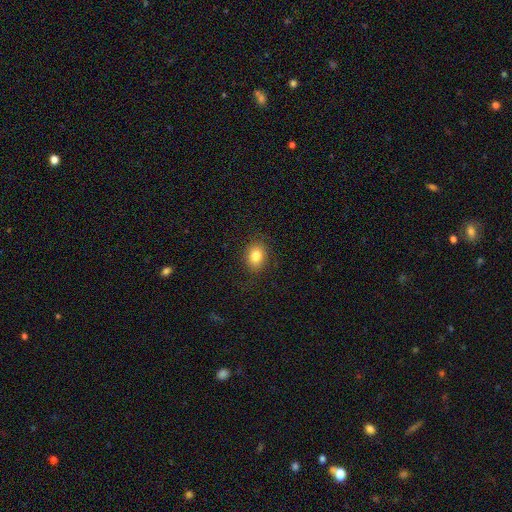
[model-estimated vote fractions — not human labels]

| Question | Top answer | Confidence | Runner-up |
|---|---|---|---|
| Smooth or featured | smooth | 83% | star or artifact (10%) |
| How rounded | in between | 62% | round (37%) |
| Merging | none | 85% | minor disturbance (11%) |